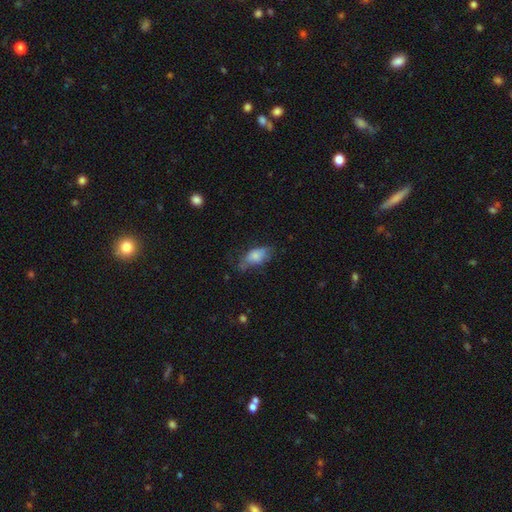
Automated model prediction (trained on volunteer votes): Smooth or featured: smooth — 73% (featured or disk — 19%)
How rounded: in between — 87% (cigar-shaped — 8%)
Merging: none — 46% (minor disturbance — 34%)